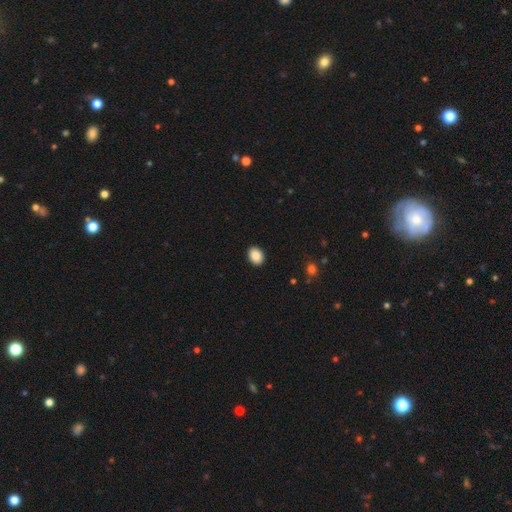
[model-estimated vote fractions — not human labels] Smooth or featured?
  - smooth: 88% *
  - star or artifact: 8%
  - featured or disk: 4%
How rounded?
  - in between: 67% *
  - round: 32%
  - cigar-shaped: 1%
Merging?
  - none: 91% *
  - minor disturbance: 6%
  - major disturbance: 2%
  - merger: 1%